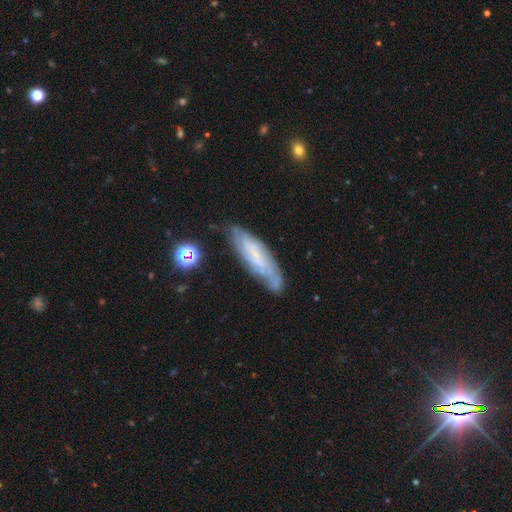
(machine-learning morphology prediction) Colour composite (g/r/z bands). It shows a featured or disk galaxy (62%). Merging: none (68%).